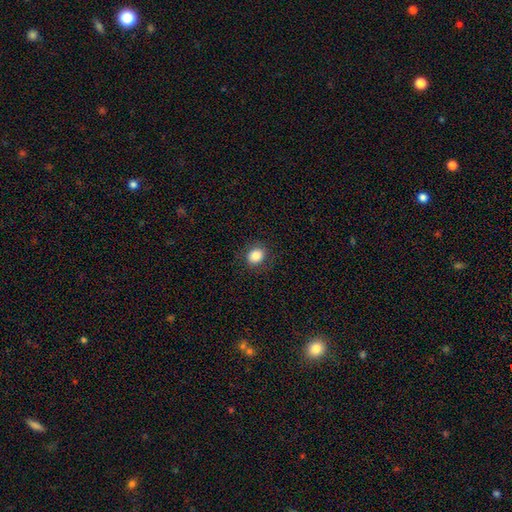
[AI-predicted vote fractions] smooth 84%, star or artifact 10%, featured or disk 6%. Down the decision tree: how rounded — round (61%); merging — none (87%).